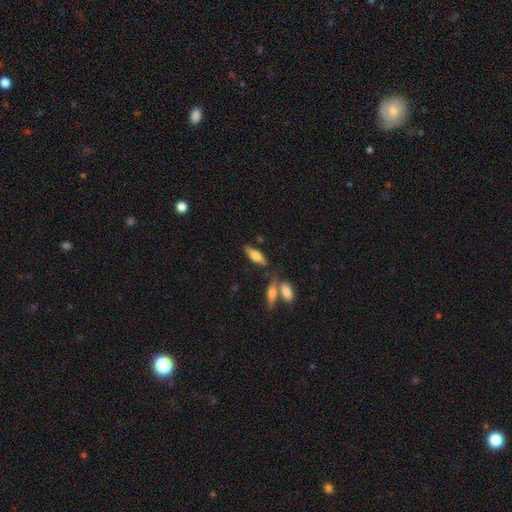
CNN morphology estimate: A smooth galaxy with no disk features (61%) that is in between round and cigar-shaped (56%).

Vote fractions:
- Smooth or featured? smooth: 61% / featured or disk: 32% / star or artifact: 7%
- How rounded? in between: 56% / cigar-shaped: 41% / round: 2%
- Merging? none: 71% / minor disturbance: 13% / merger: 12% / major disturbance: 4%